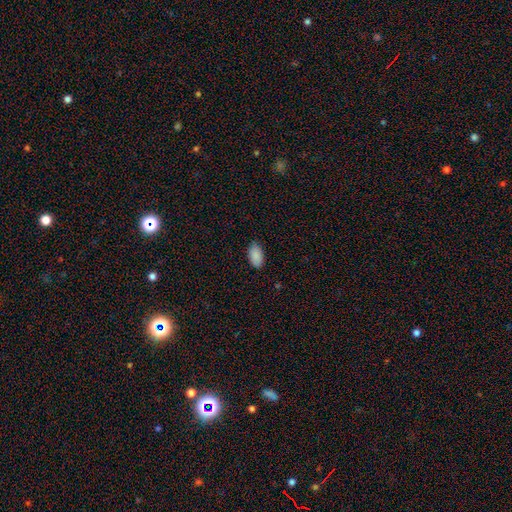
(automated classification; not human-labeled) This appears to be a smooth galaxy with no disk features (89%) that is in between round and cigar-shaped (95%). Merging: none (83%).